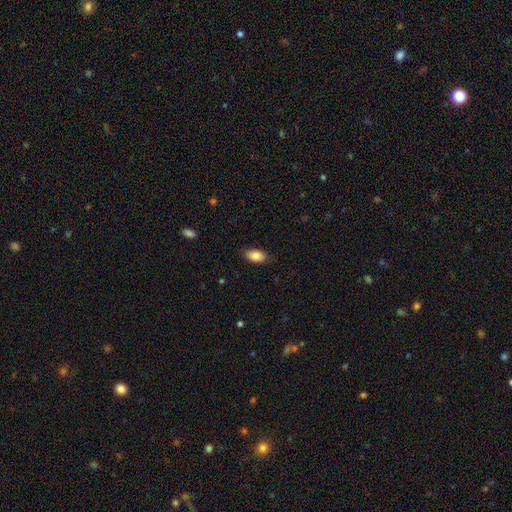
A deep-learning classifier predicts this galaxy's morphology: This appears to be a smooth galaxy with no disk features (86%) that is in between round and cigar-shaped (93%). Merging: none (85%).